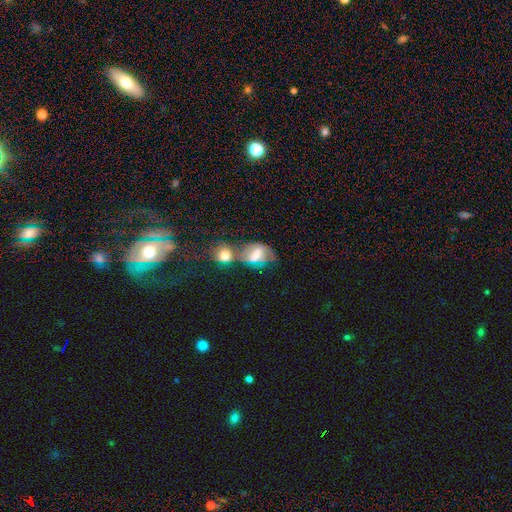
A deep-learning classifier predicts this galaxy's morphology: Q: Smooth or featured?
A: featured or disk (42%); runner-up: smooth (41%)
Q: Merging?
A: merger (38%); runner-up: none (34%)